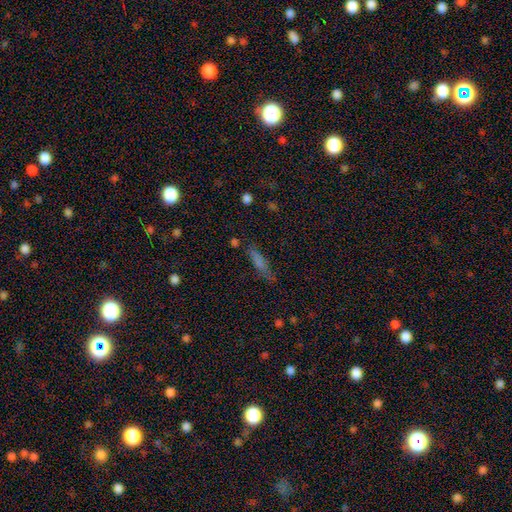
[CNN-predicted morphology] A smooth galaxy with no disk features (58%) that is cigar-shaped (76%).

Vote fractions:
- Smooth or featured? smooth: 58% / featured or disk: 24% / star or artifact: 18%
- How rounded? cigar-shaped: 76% / in between: 21% / round: 4%
- Merging? none: 77% / minor disturbance: 16% / major disturbance: 5% / merger: 3%